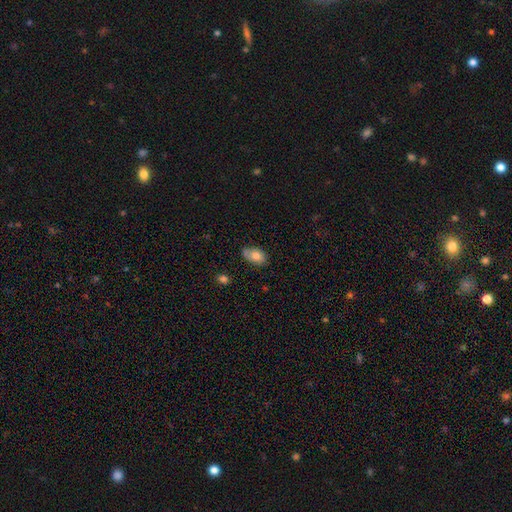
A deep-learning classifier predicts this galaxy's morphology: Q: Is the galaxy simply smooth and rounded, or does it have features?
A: smooth — 76%.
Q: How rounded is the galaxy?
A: in between — 89%.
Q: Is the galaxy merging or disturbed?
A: none — 61%.